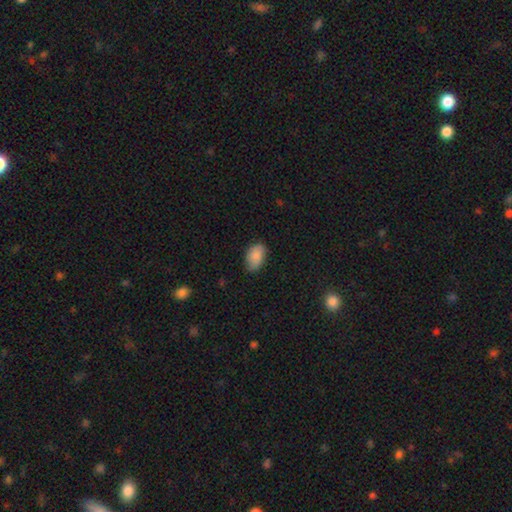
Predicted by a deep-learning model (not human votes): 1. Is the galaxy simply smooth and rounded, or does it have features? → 84% smooth, 9% featured or disk, 7% star or artifact.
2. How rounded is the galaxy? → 90% in between, 8% round, 1% cigar-shaped.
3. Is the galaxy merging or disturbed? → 75% none, 21% minor disturbance, 4% major disturbance, 1% merger.